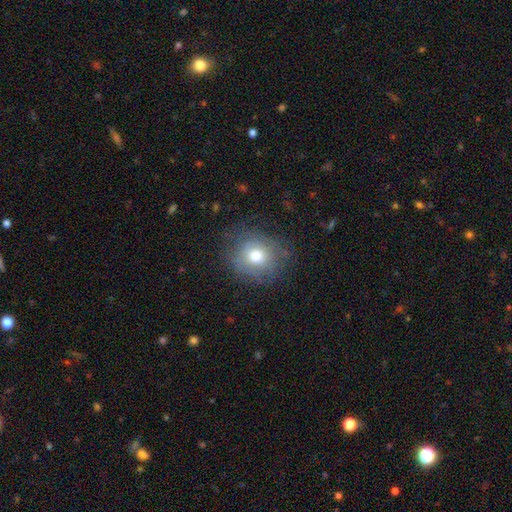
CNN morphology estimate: smooth_or_featured: smooth (p=0.67) [alt: featured or disk p=0.22]
how_rounded: round (p=0.82) [alt: in between p=0.17]
merging: none (p=0.71) [alt: minor disturbance p=0.18]